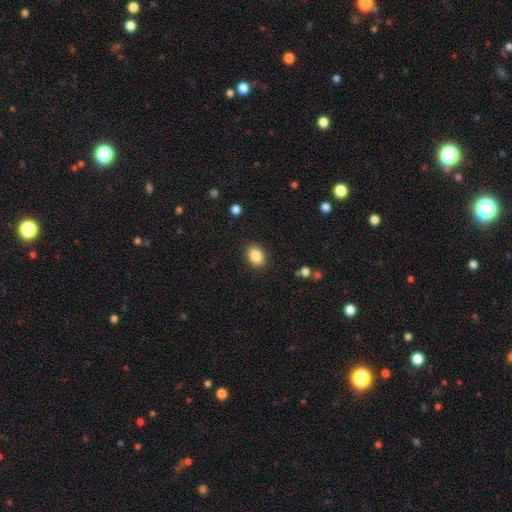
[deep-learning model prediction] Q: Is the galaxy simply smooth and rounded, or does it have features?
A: smooth — 87%.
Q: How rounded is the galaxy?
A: in between — 66%.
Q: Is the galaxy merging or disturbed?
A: none — 89%.